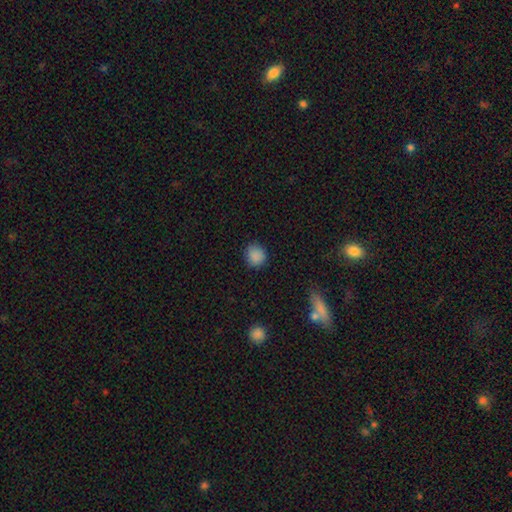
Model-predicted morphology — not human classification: The model was most divided on "how rounded": round: 84%, in between: 15%, cigar-shaped: 1%. More confident: smooth or featured — smooth (87%); merging — none (86%).